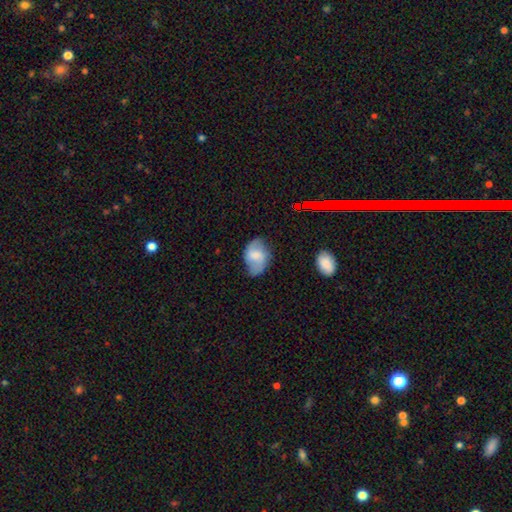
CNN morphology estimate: This is possibly a smooth galaxy (52%). How rounded: clearly in between (85%). Merging: possibly none (59%).